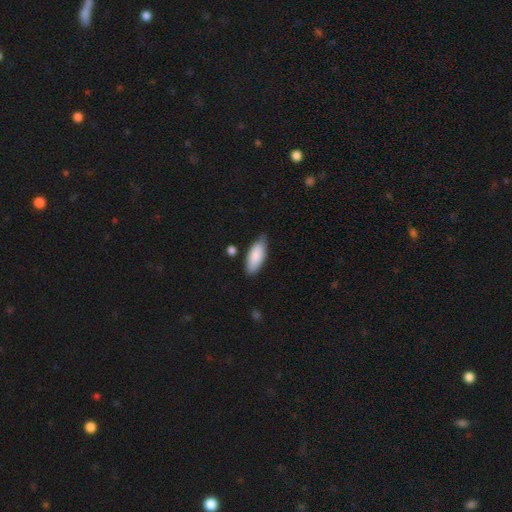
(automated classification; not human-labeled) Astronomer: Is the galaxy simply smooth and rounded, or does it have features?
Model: smooth — 87%.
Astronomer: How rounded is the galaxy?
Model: in between — 79%.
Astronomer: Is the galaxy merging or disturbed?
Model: none — 75%.